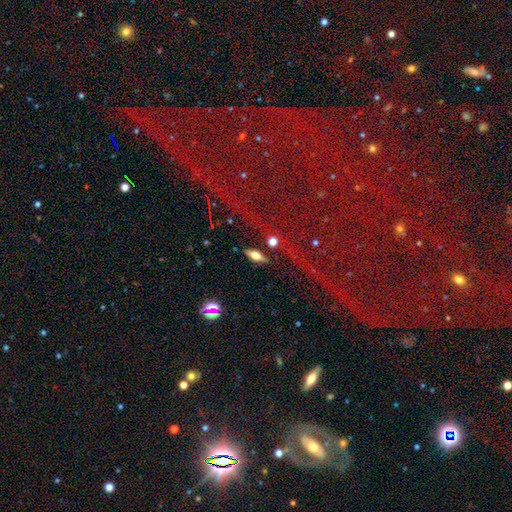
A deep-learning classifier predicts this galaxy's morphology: Smooth or featured?
  - smooth: 47% *
  - featured or disk: 43%
  - star or artifact: 10%
Merging?
  - none: 84% *
  - minor disturbance: 10%
  - merger: 3%
  - major disturbance: 3%